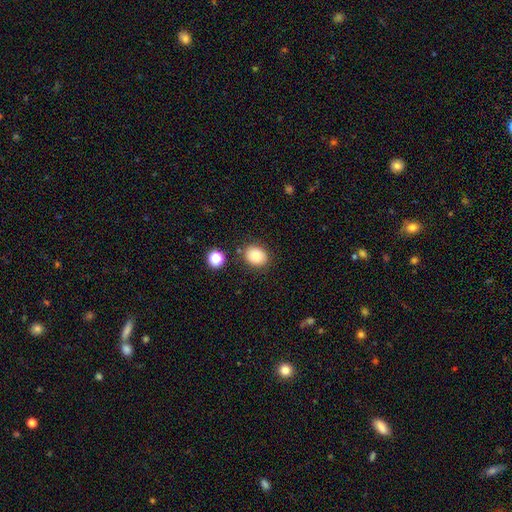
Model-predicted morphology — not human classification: The model was most divided on "how rounded": round: 54%, in between: 45%, cigar-shaped: 1%. More confident: smooth or featured — smooth (84%); merging — none (84%).